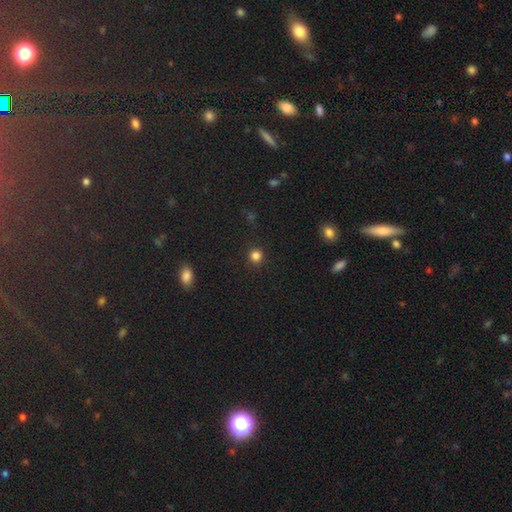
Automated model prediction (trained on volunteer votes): This appears to be a smooth galaxy with no disk features (83%) that is round (92%). Merging: none (89%).